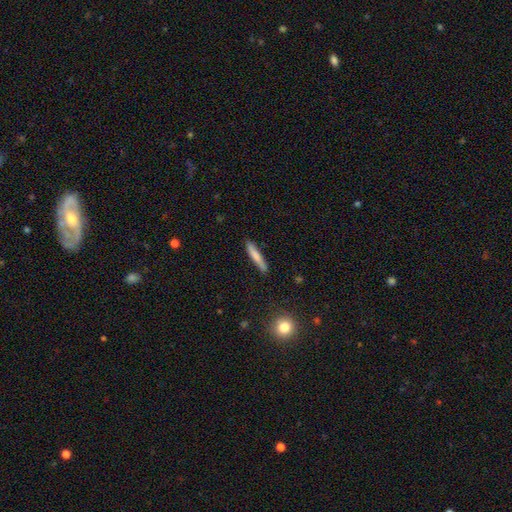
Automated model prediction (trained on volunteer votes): Q: Smooth or featured?
A: smooth (76%); runner-up: featured or disk (18%)
Q: How rounded?
A: cigar-shaped (93%); runner-up: in between (6%)
Q: Merging?
A: none (86%); runner-up: minor disturbance (10%)